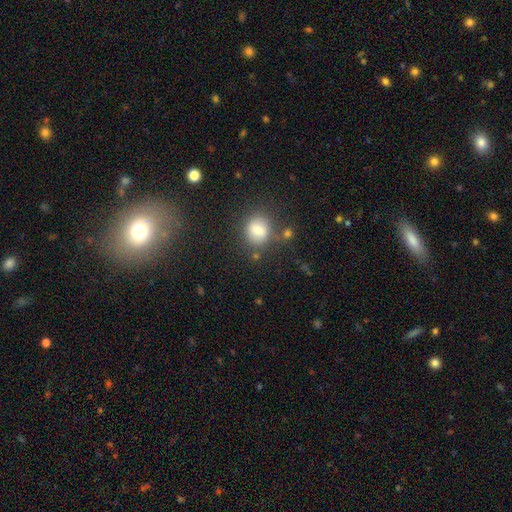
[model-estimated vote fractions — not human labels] This is likely a smooth galaxy (77%). How rounded: likely round (70%). Merging: likely none (77%).